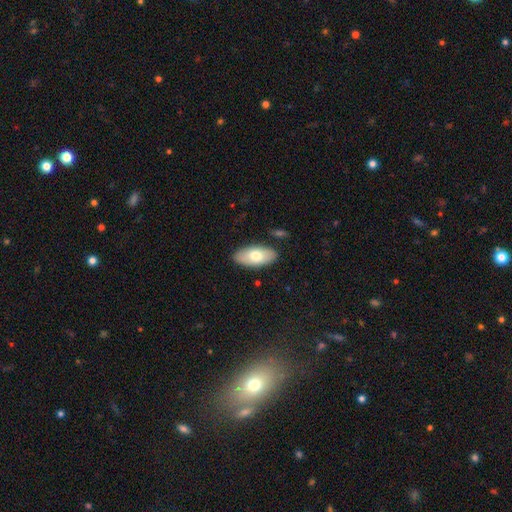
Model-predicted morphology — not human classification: Smooth or featured: smooth — 70% (featured or disk — 24%)
How rounded: in between — 92% (cigar-shaped — 5%)
Merging: none — 86% (minor disturbance — 10%)